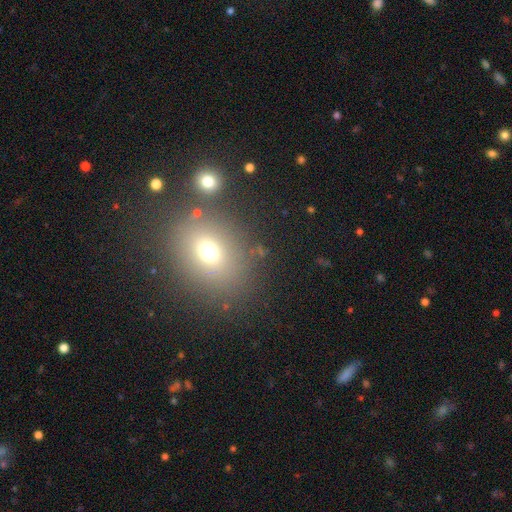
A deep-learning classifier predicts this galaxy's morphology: smooth-or-featured: smooth: 59% | star or artifact: 30% | featured or disk: 11%
  how-rounded: round: 52% | in between: 46% | cigar-shaped: 2%
  merging: none: 81% | minor disturbance: 9% | merger: 7% | major disturbance: 4%